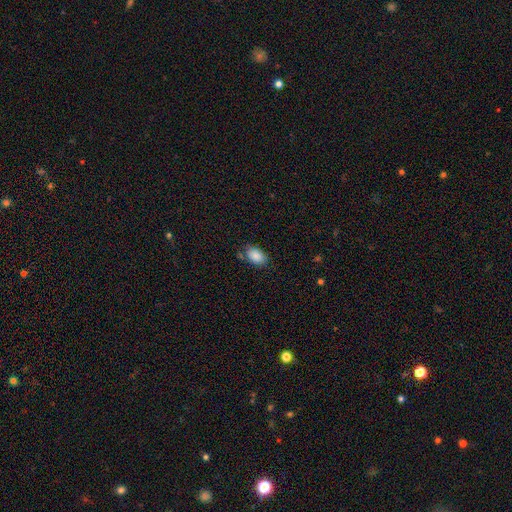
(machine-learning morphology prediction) Smooth or featured? smooth (88%)
How rounded? in between (89%)
Merging? none (73%)